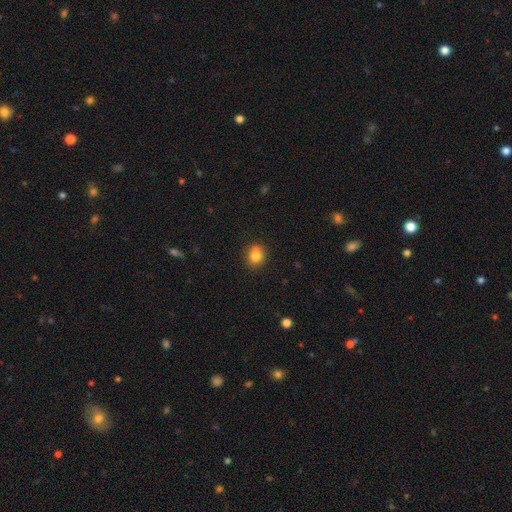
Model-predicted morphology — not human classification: smooth-or-featured: smooth: 81% | star or artifact: 11% | featured or disk: 9%
  how-rounded: round: 73% | in between: 26% | cigar-shaped: 1%
  merging: none: 73% | minor disturbance: 14% | merger: 10% | major disturbance: 3%